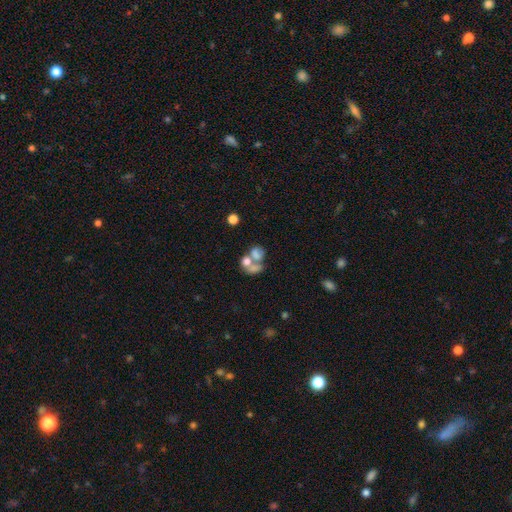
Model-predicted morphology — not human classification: type=smooth (49%); merging=merger (57%).